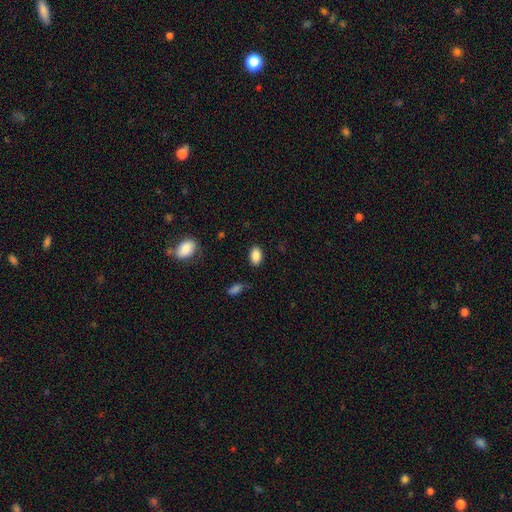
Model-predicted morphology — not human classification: Smooth or featured?
  - smooth: 87% *
  - star or artifact: 8%
  - featured or disk: 5%
How rounded?
  - in between: 89% *
  - round: 10%
  - cigar-shaped: 2%
Merging?
  - none: 85% *
  - minor disturbance: 10%
  - major disturbance: 3%
  - merger: 2%